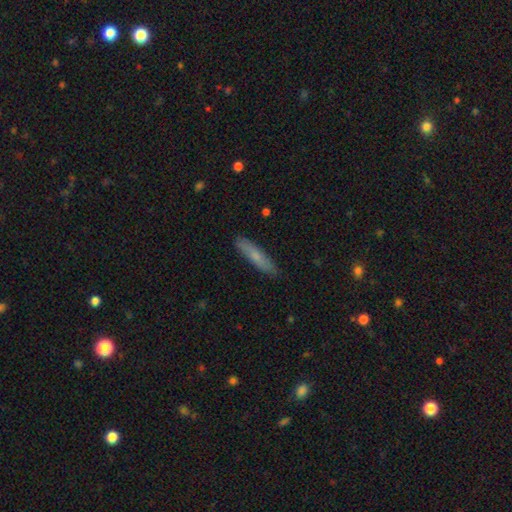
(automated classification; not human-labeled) A smooth galaxy with no disk features (70%) that is cigar-shaped (86%).

Vote fractions:
- Smooth or featured? smooth: 70% / featured or disk: 24% / star or artifact: 6%
- How rounded? cigar-shaped: 86% / in between: 12% / round: 2%
- Merging? none: 87% / minor disturbance: 10% / major disturbance: 2% / merger: 1%